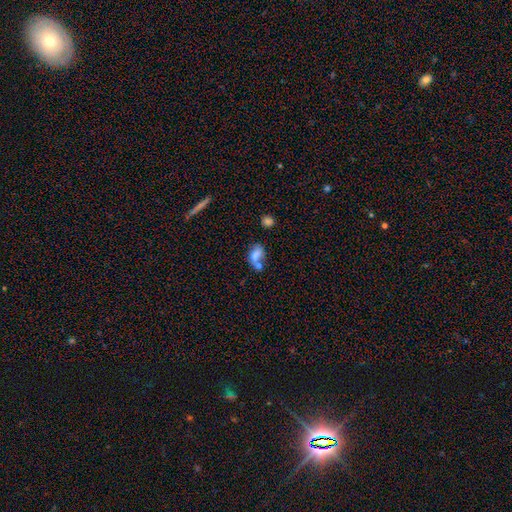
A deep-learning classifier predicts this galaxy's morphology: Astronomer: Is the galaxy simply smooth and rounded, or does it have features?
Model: smooth — 70%.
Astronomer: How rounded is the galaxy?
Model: in between — 80%.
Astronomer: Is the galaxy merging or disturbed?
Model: merger — 49% (runner-up: none, 28%).